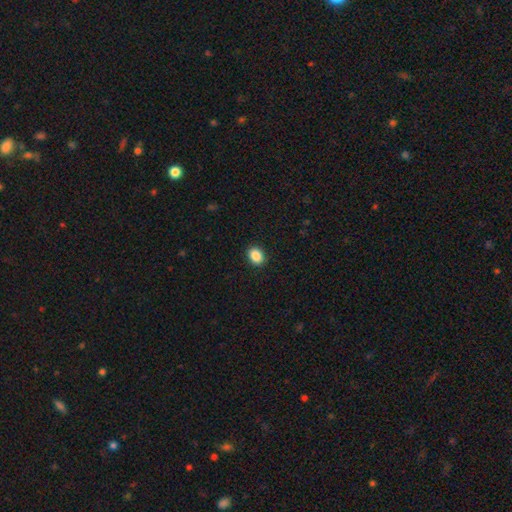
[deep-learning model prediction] Morphology: type=smooth (89%); roundness=in between (58%); merging=none (91%).